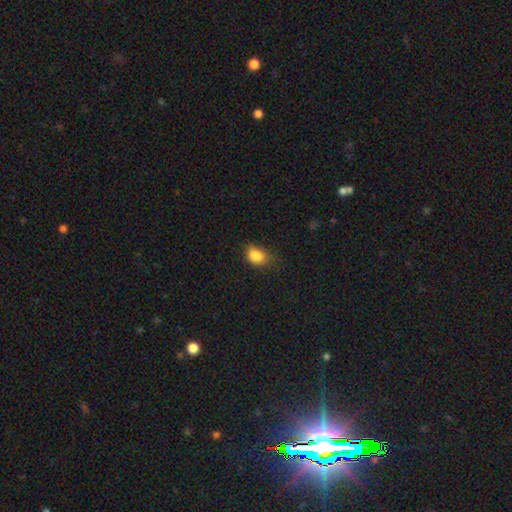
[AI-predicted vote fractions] Q: Smooth or featured?
A: smooth (84%); runner-up: star or artifact (10%)
Q: How rounded?
A: in between (72%); runner-up: round (26%)
Q: Merging?
A: none (51%); runner-up: minor disturbance (34%)